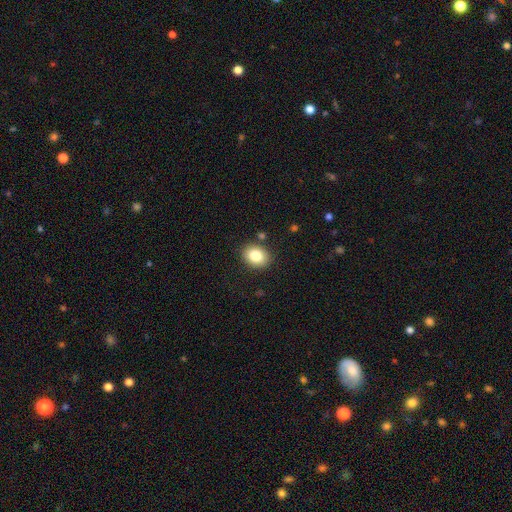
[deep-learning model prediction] A smooth galaxy with no disk features (84%) that is in between round and cigar-shaped (55%).

Vote fractions:
- Smooth or featured? smooth: 84% / star or artifact: 8% / featured or disk: 7%
- How rounded? in between: 55% / round: 45% / cigar-shaped: 1%
- Merging? none: 85% / minor disturbance: 9% / merger: 3% / major disturbance: 3%